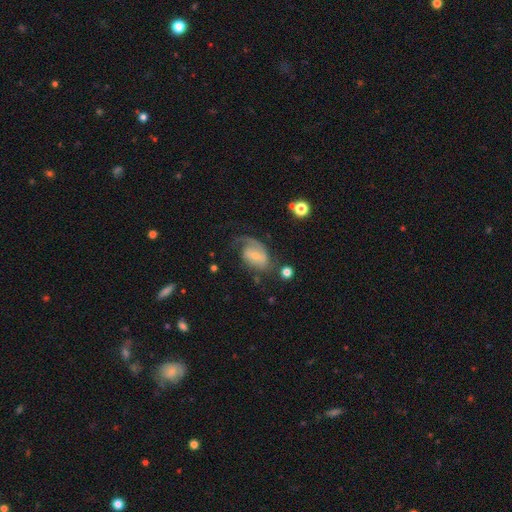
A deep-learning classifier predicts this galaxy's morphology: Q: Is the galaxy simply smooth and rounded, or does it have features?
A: featured or disk — 69%.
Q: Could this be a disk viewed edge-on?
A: no — 96%.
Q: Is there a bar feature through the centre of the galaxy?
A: weak — 45%.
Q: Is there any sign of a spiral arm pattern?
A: yes — 88%.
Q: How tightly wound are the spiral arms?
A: medium — 41%.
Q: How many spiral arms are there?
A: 1 — 51%.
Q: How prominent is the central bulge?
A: small — 61%.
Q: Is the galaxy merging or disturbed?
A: none — 40%.